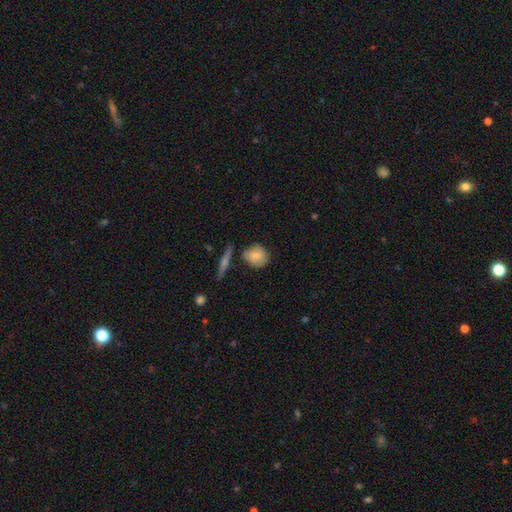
Smooth or featured?
  - smooth: 84% *
  - featured or disk: 8%
  - star or artifact: 8%
How rounded?
  - round: 88% *
  - in between: 12%
  - cigar-shaped: 0%
Merging?
  - none: 69% *
  - minor disturbance: 29%
  - major disturbance: 3%
  - merger: 0%